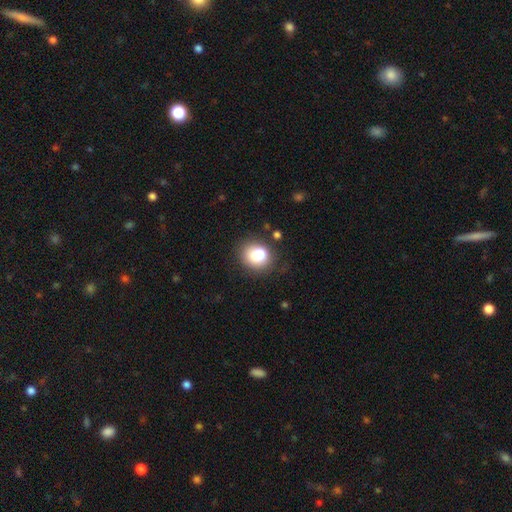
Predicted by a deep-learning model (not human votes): Smooth or featured: smooth — 73% (featured or disk — 15%)
How rounded: round — 73% (in between — 26%)
Merging: none — 61% (merger — 19%)